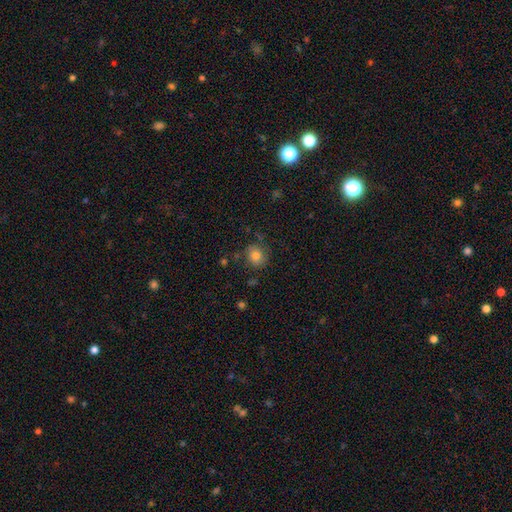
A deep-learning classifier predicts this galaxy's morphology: Smooth or featured?
  - smooth: 79% *
  - star or artifact: 11%
  - featured or disk: 10%
How rounded?
  - round: 78% *
  - in between: 21%
  - cigar-shaped: 1%
Merging?
  - none: 79% *
  - minor disturbance: 14%
  - major disturbance: 4%
  - merger: 3%